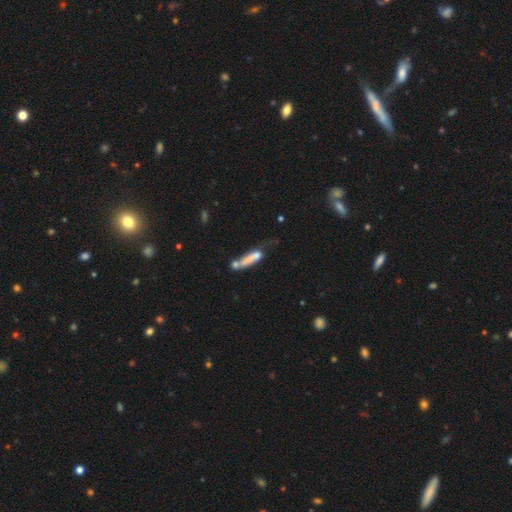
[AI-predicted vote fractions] This appears to be a smooth galaxy with no disk features (61%) that is cigar-shaped (74%). Merging: merger (32%).